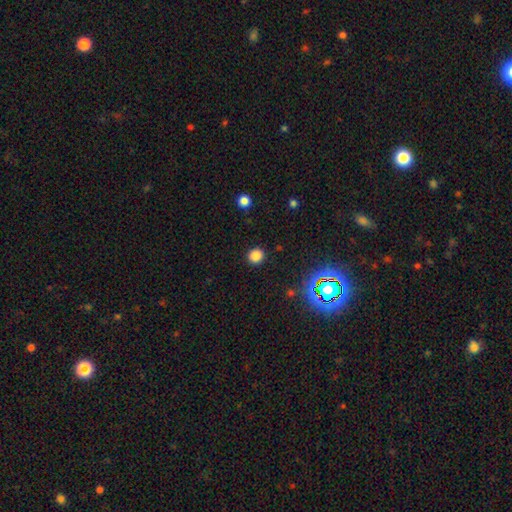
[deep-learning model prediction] Morphology: type=smooth (82%); roundness=round (90%); merging=none (90%).